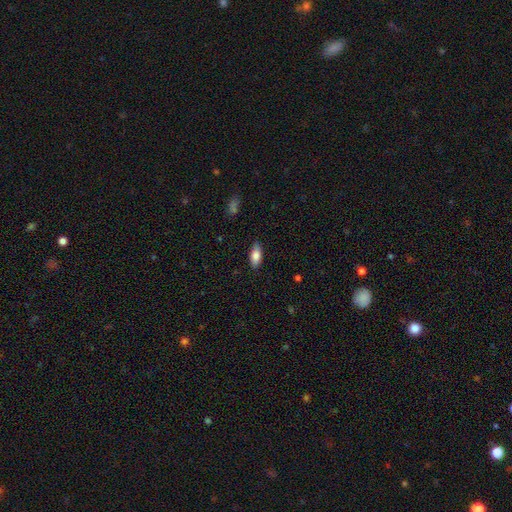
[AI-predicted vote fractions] Smooth or featured? Predicted: smooth (p=0.80). How rounded? Predicted: in between (p=0.84). Merging? Predicted: none (p=0.84).